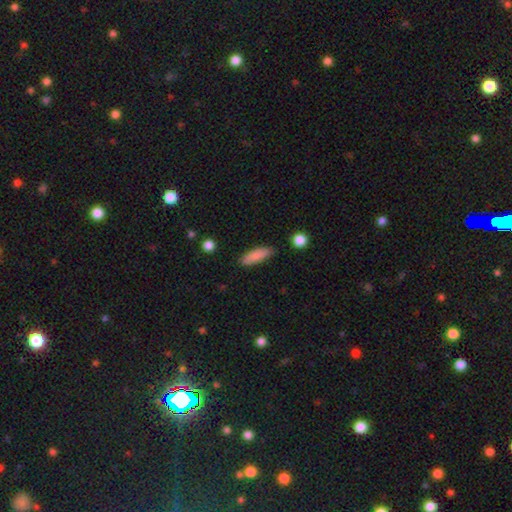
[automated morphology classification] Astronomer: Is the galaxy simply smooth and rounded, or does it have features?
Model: smooth — 86%.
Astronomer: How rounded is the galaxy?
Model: cigar-shaped — 51% (runner-up: in between, 47%).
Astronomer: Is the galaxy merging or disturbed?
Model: none — 82%.